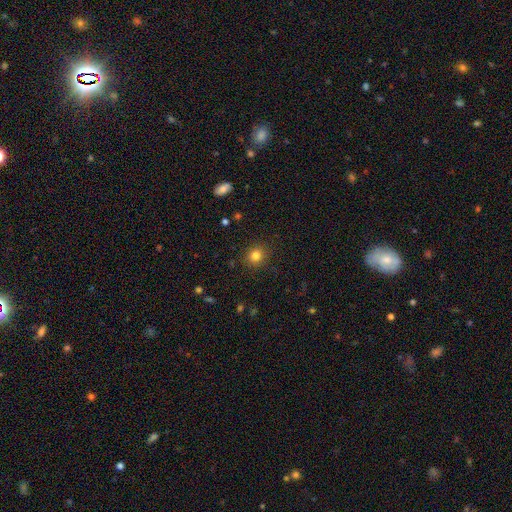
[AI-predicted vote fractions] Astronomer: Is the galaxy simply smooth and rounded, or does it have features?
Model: smooth — 81%.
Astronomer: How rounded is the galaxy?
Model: round — 83%.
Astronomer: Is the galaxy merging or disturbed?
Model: none — 90%.